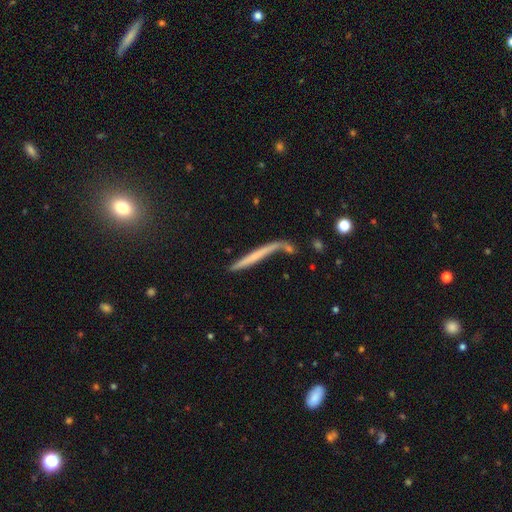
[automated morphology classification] Smooth or featured?
  - smooth: 47% *
  - featured or disk: 45%
  - star or artifact: 8%
Merging?
  - none: 57% *
  - minor disturbance: 20%
  - merger: 13%
  - major disturbance: 10%